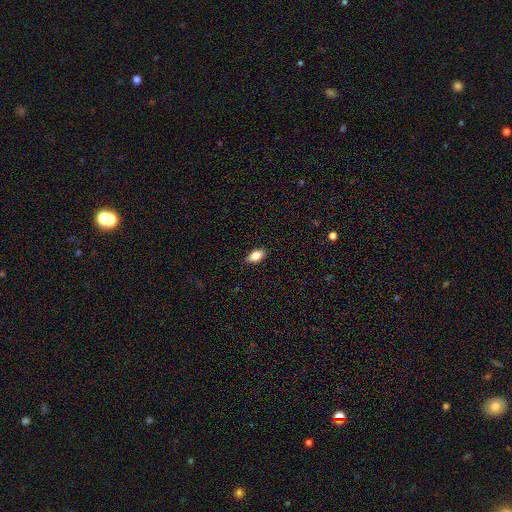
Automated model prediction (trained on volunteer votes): Smooth or featured? smooth (81%)
How rounded? in between (89%)
Merging? none (85%)